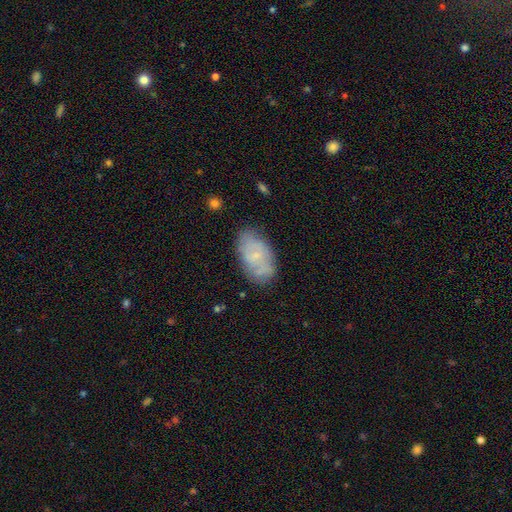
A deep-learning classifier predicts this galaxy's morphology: The model was most divided on "smooth or featured": smooth: 46%, featured or disk: 45%, star or artifact: 8%. More confident: merging — none (72%).